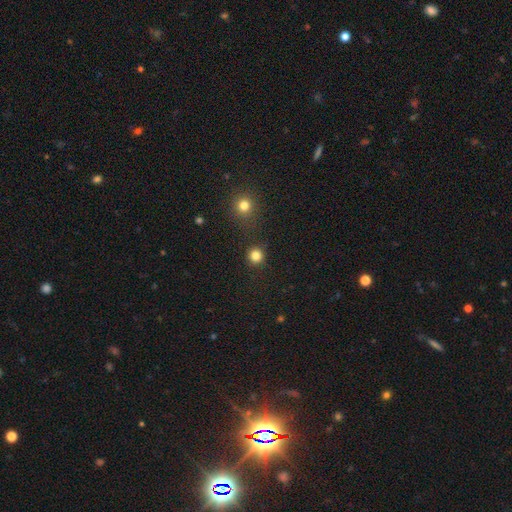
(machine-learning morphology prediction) Smooth or featured: smooth — 82% (star or artifact — 14%)
How rounded: round — 94% (in between — 5%)
Merging: none — 89% (minor disturbance — 6%)